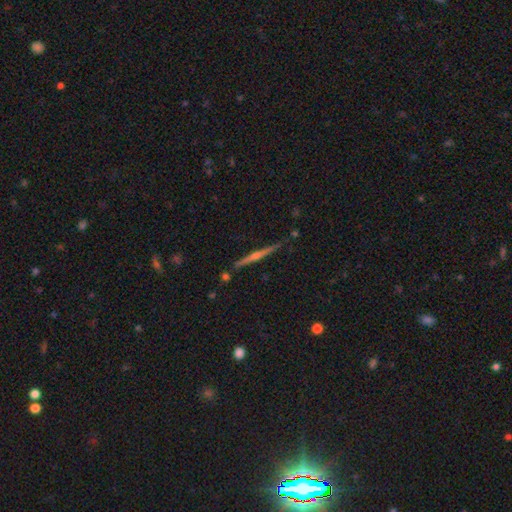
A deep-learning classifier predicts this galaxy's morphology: smooth_or_featured: featured or disk (p=0.74) [alt: smooth p=0.16]
disk_edge_on: yes (p=0.97) [alt: no p=0.03]
edge_on_bulge: rounded (p=0.70) [alt: none p=0.21]
merging: none (p=0.88) [alt: minor disturbance p=0.08]